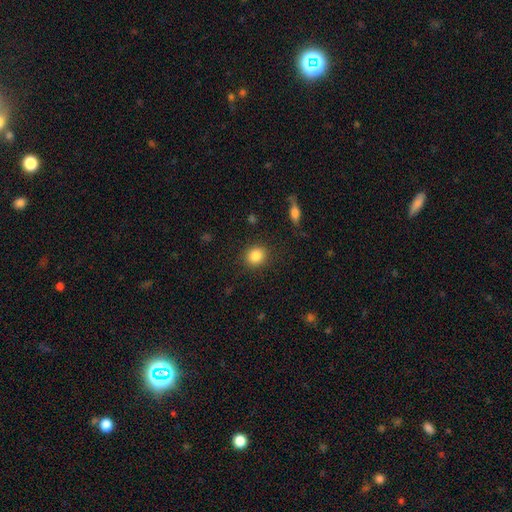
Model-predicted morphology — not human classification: smooth 85%, star or artifact 9%, featured or disk 5%. Down the decision tree: how rounded — round (83%); merging — none (89%).